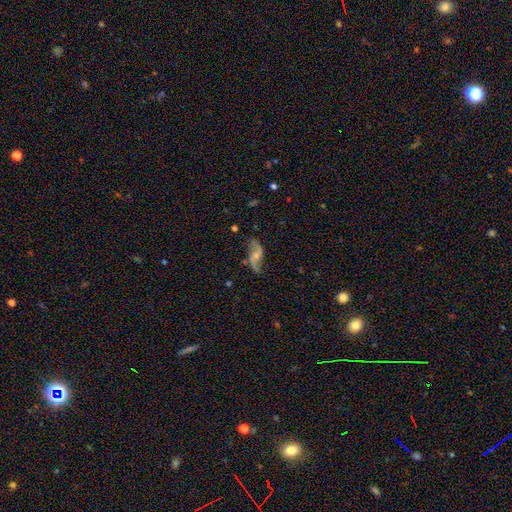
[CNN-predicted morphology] The model was most divided on "bar": no: 55%, weak: 34%, strong: 11%. More confident: edge-on disk — no (95%); spiral arms — yes (93%); spiral arm count — 2 (93%); spiral winding — loose (87%); smooth or featured — featured or disk (80%); merging — none (68%); bulge size — small (55%).